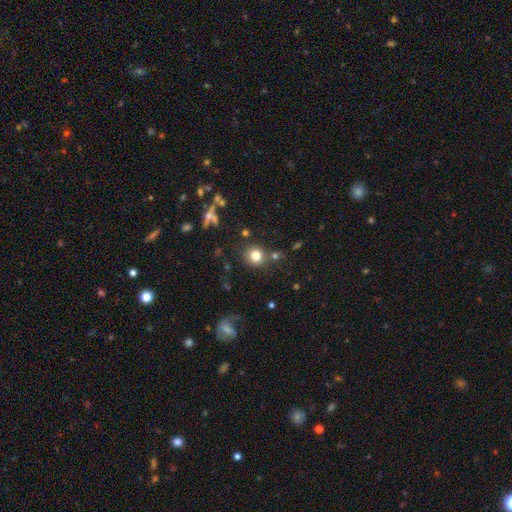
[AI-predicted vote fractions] This appears to be a smooth galaxy with no disk features (78%) that is round (89%). Merging: none (79%).